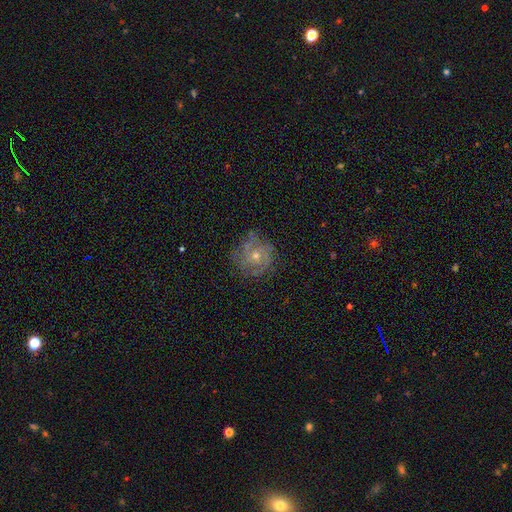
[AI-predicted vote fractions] featured or disk 65%, smooth 25%, star or artifact 10%. Down the decision tree: edge-on disk — no (97%); bar — no (82%); spiral arms — yes (79%); bulge size — moderate (52%); merging — none (68%).